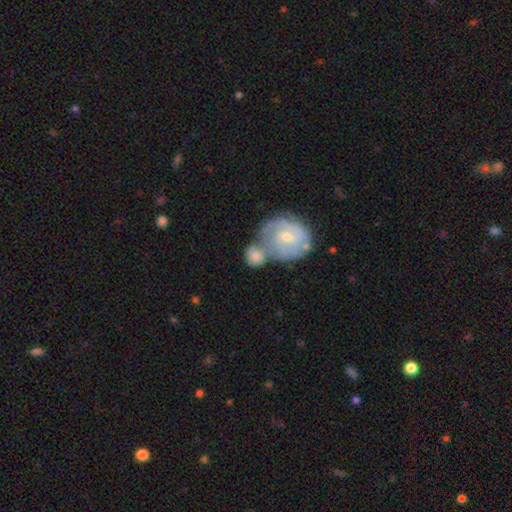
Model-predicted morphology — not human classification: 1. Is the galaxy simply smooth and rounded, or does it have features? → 56% smooth, 38% featured or disk, 6% star or artifact.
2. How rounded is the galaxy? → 69% round, 29% in between, 2% cigar-shaped.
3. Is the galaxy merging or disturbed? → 53% merger, 29% none, 12% minor disturbance, 7% major disturbance.